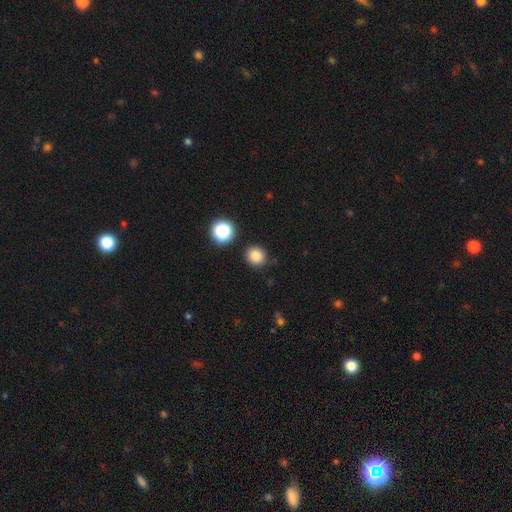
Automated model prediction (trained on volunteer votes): smooth_or_featured: smooth (p=0.83) [alt: star or artifact p=0.13]
how_rounded: round (p=0.88) [alt: in between p=0.11]
merging: none (p=0.87) [alt: minor disturbance p=0.08]